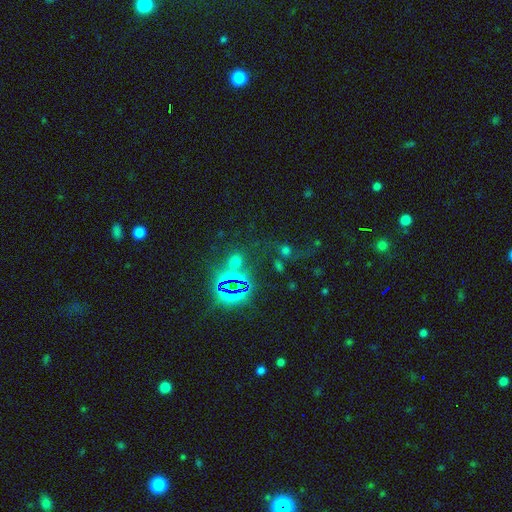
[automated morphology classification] The model was most divided on "smooth or featured": star or artifact: 66%, smooth: 20%, featured or disk: 14%.